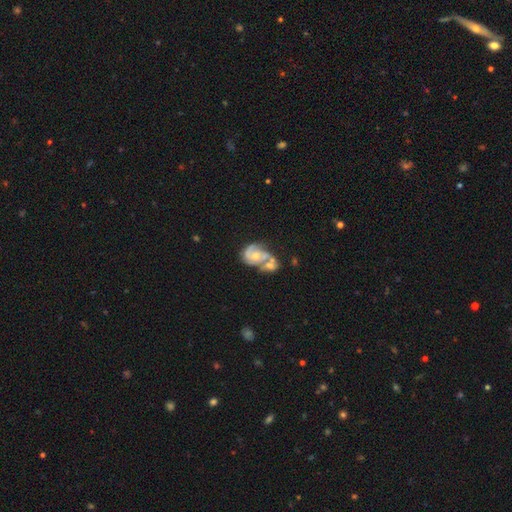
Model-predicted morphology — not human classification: Smooth or featured: featured or disk — 75% (smooth — 18%)
Edge-on disk: no — 98% (yes — 2%)
Bar: no — 71% (weak — 24%)
Spiral arms: yes — 86% (no — 14%)
Spiral winding: medium — 44% (tight — 40%)
Spiral arm count: 2 — 60% (can't tell — 16%)
Bulge size: moderate — 58% (small — 34%)
Merging: merger — 58% (none — 19%)